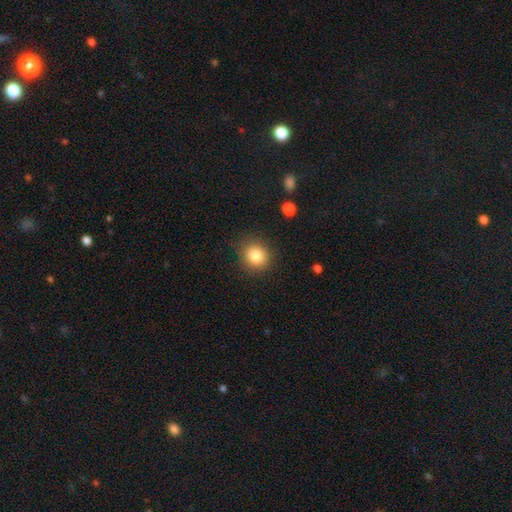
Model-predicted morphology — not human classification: Smooth or featured? smooth (84%)
How rounded? round (81%)
Merging? none (84%)